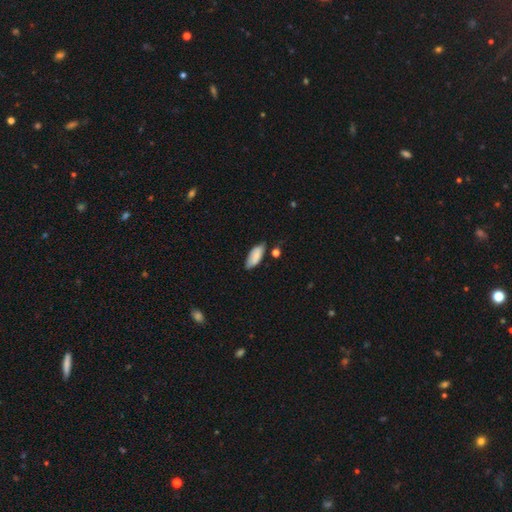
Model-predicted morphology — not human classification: smooth-or-featured: smooth: 83% | featured or disk: 11% | star or artifact: 6%
  how-rounded: in between: 84% | cigar-shaped: 14% | round: 2%
  merging: none: 67% | minor disturbance: 25% | merger: 4% | major disturbance: 4%